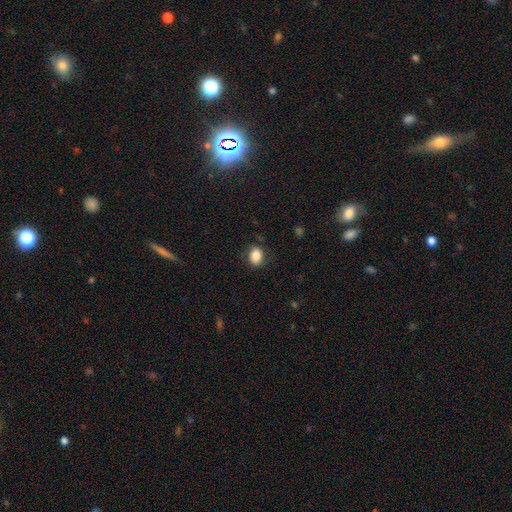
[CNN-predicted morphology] Smooth or featured: smooth — 86% (star or artifact — 8%)
How rounded: in between — 65% (round — 33%)
Merging: none — 82% (minor disturbance — 13%)